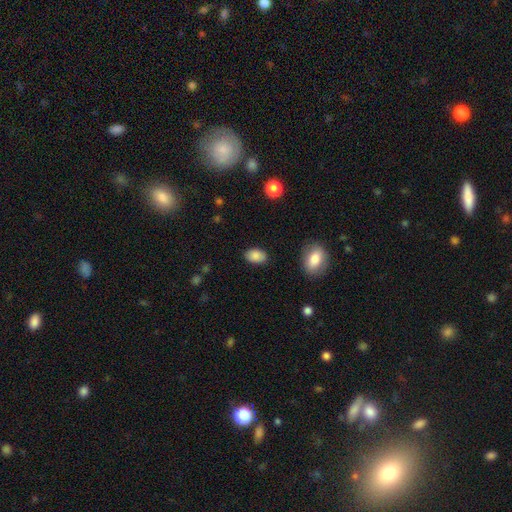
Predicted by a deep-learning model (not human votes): A smooth galaxy with no disk features (87%) that is in between round and cigar-shaped (89%).

Vote fractions:
- Smooth or featured? smooth: 87% / star or artifact: 8% / featured or disk: 5%
- How rounded? in between: 89% / round: 10% / cigar-shaped: 1%
- Merging? none: 85% / minor disturbance: 11% / major disturbance: 3% / merger: 1%